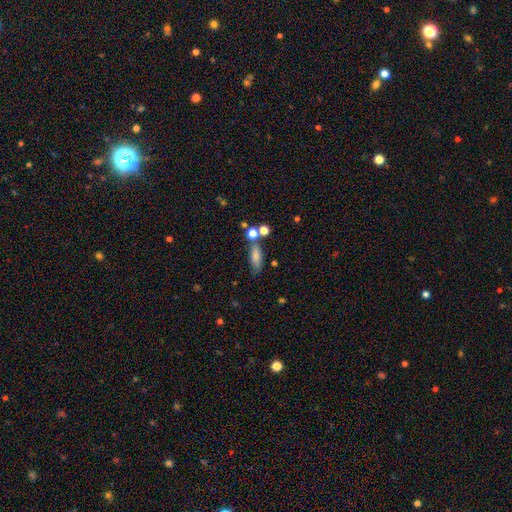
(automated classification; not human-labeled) Morphology: type=smooth (73%); roundness=in between (58%); merging=none (54%).